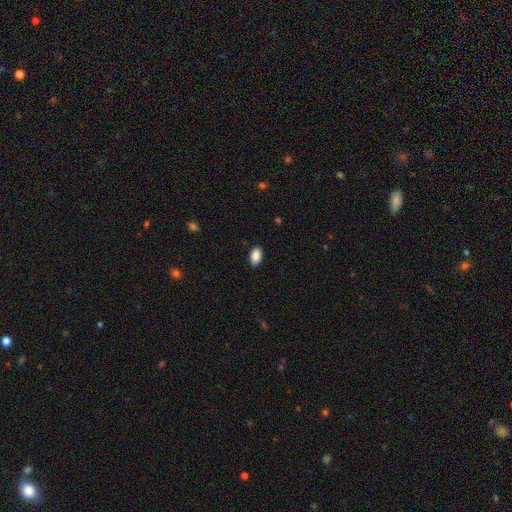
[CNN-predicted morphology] This is clearly a smooth galaxy (89%). How rounded: clearly in between (93%). Merging: clearly none (88%).